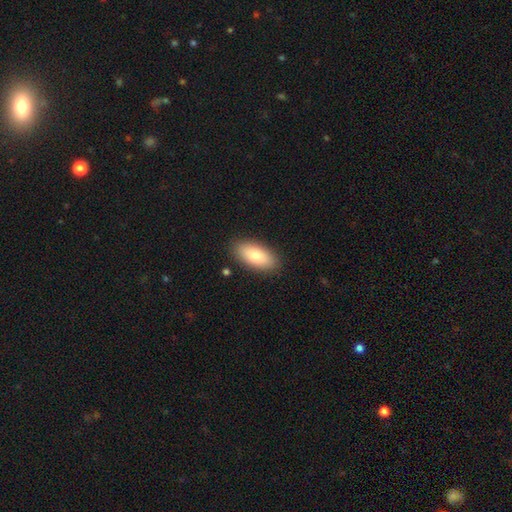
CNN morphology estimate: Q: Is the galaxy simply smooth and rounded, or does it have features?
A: smooth — 81%.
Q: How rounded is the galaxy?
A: in between — 90%.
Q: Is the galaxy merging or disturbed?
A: none — 87%.